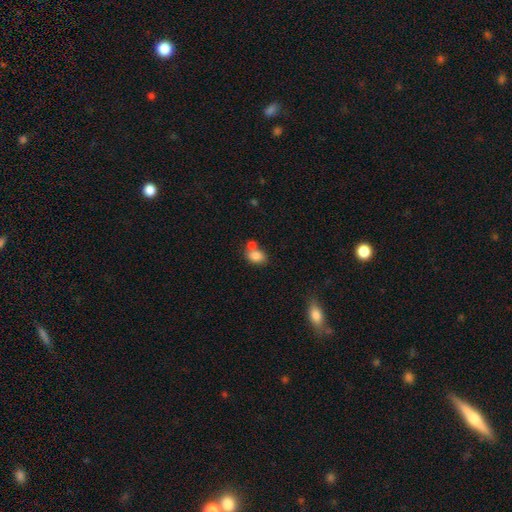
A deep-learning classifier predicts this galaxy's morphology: Overall: smooth (82%). How rounded: in between (73%). Merging: none (49%; merger 34%).